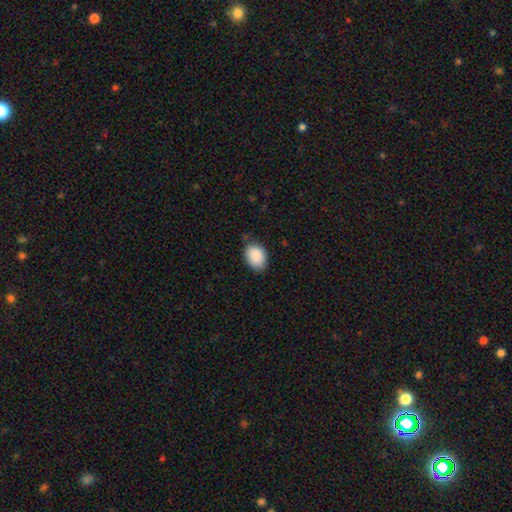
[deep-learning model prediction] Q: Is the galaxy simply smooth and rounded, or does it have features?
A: smooth — 89%.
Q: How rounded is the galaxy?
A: in between — 74%.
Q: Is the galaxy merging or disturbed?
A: none — 74%.